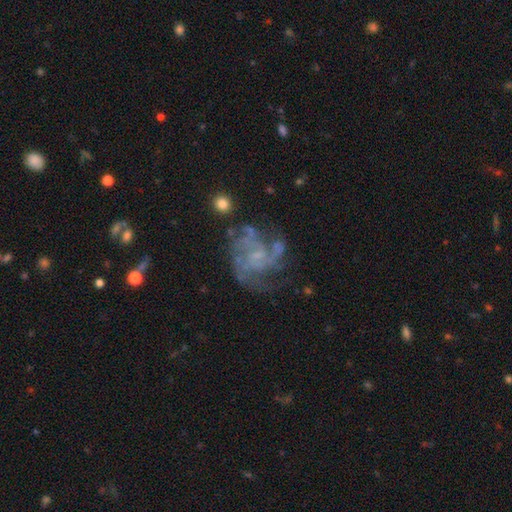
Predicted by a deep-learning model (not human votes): featured or disk 79%, smooth 11%, star or artifact 11%. Down the decision tree: edge-on disk — no (98%); bar — no (68%); spiral arms — yes (87%); spiral arm count — 3 (32%); spiral winding — medium (45%); bulge size — small (44%); merging — none (51%).